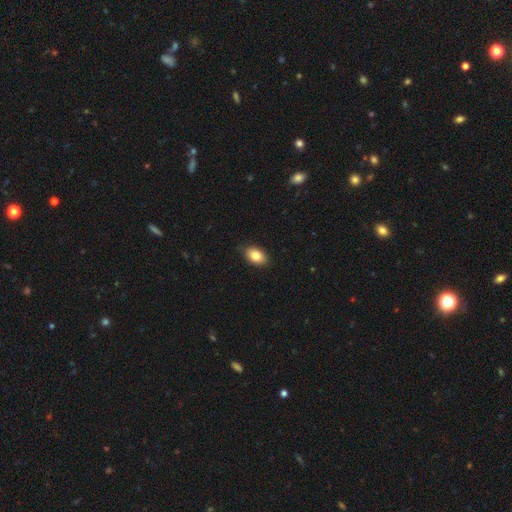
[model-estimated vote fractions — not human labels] smooth_or_featured: smooth (p=0.84) [alt: featured or disk p=0.09]
how_rounded: in between (p=0.87) [alt: round p=0.11]
merging: none (p=0.85) [alt: minor disturbance p=0.12]